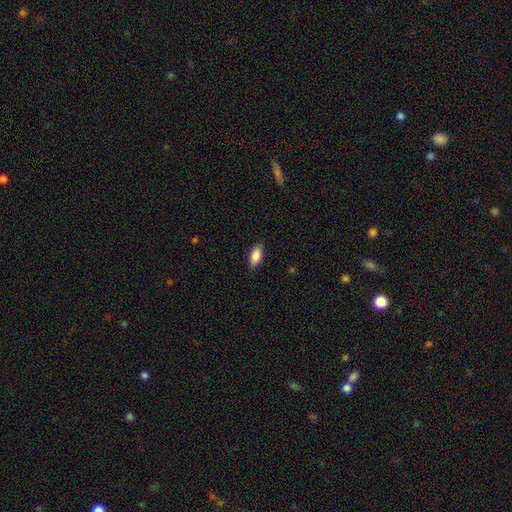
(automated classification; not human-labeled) Smooth or featured?
  - smooth: 88% *
  - star or artifact: 6%
  - featured or disk: 6%
How rounded?
  - in between: 88% *
  - cigar-shaped: 9%
  - round: 2%
Merging?
  - none: 88% *
  - minor disturbance: 9%
  - major disturbance: 2%
  - merger: 1%